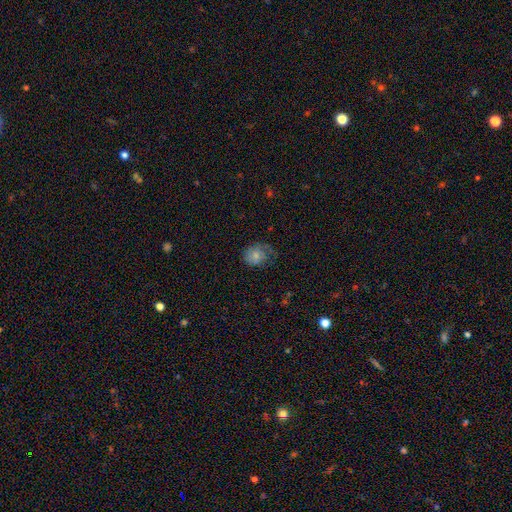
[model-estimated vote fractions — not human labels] Smooth or featured?
  - smooth: 66% *
  - featured or disk: 26%
  - star or artifact: 9%
How rounded?
  - round: 59% *
  - in between: 40%
  - cigar-shaped: 1%
Merging?
  - none: 48% *
  - minor disturbance: 30%
  - major disturbance: 21%
  - merger: 2%